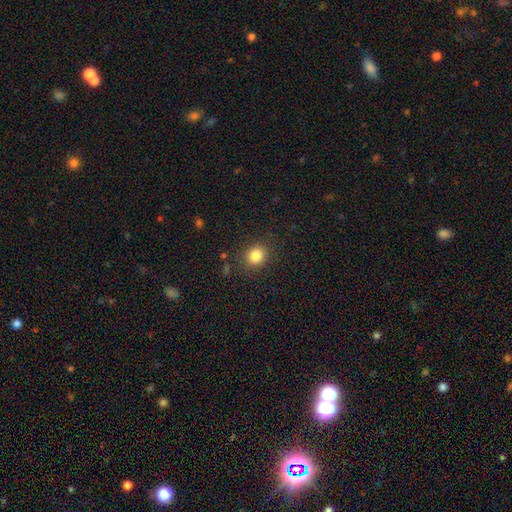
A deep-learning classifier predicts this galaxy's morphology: smooth 84%, star or artifact 11%, featured or disk 5%. Down the decision tree: how rounded — round (74%); merging — none (87%).